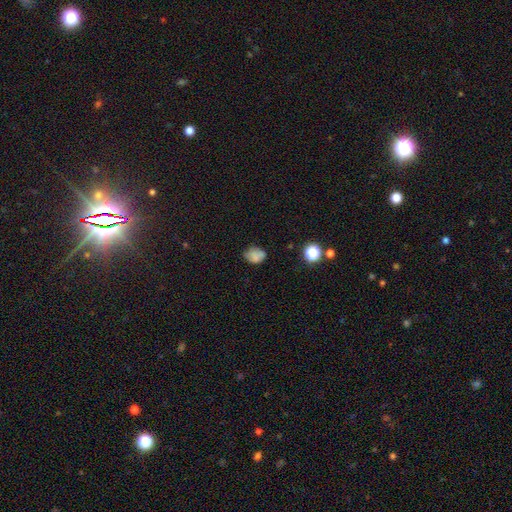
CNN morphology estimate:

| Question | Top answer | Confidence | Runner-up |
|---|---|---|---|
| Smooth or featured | smooth | 73% | star or artifact (13%) |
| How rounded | in between | 62% | round (37%) |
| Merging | none | 62% | minor disturbance (25%) |